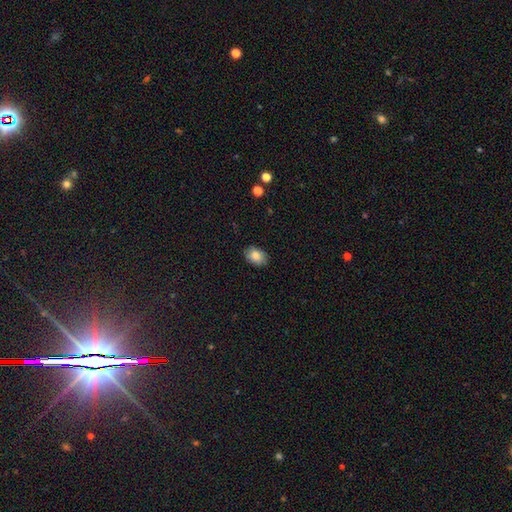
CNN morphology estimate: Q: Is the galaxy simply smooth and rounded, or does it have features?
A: smooth — 84%.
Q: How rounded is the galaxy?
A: in between — 79%.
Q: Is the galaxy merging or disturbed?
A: none — 84%.